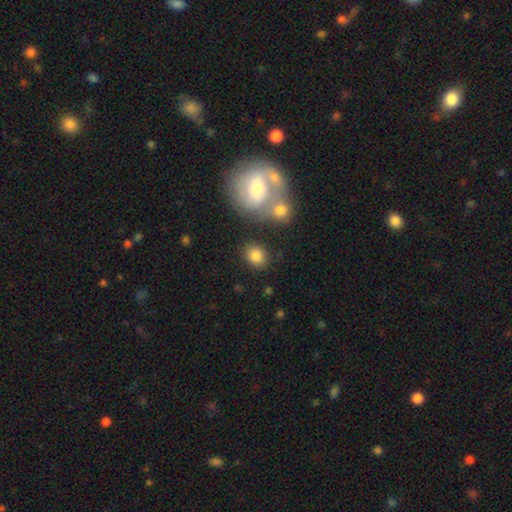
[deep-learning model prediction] smooth_or_featured: smooth (p=0.83) [alt: star or artifact p=0.09]
how_rounded: round (p=0.56) [alt: in between p=0.43]
merging: none (p=0.78) [alt: minor disturbance p=0.10]